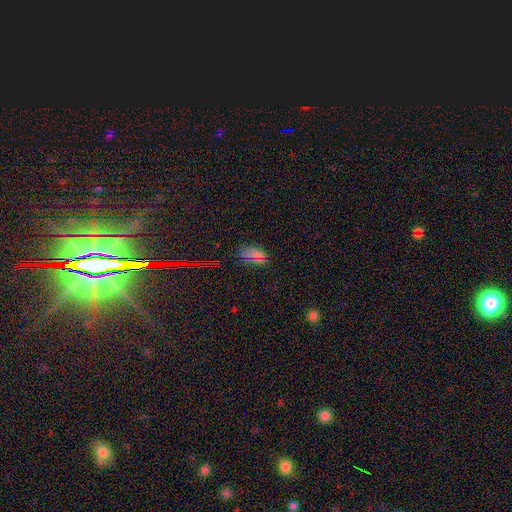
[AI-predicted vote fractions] smooth-or-featured: smooth: 58% | star or artifact: 34% | featured or disk: 8%
  how-rounded: in between: 90% | round: 5% | cigar-shaped: 4%
  merging: none: 79% | minor disturbance: 14% | major disturbance: 5% | merger: 2%